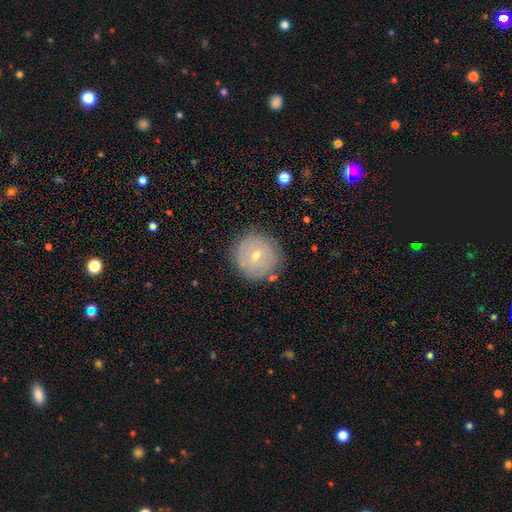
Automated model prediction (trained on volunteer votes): Overall: featured or disk (49%; smooth 43%). Merging: none (82%).